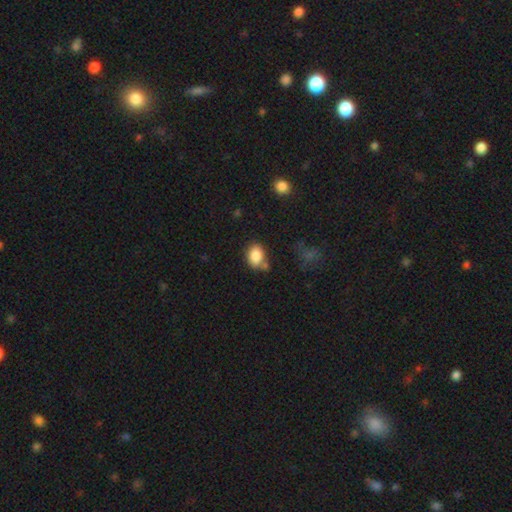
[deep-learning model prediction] A smooth galaxy with no disk features (86%) that is in between round and cigar-shaped (76%). Merging: none (67%).